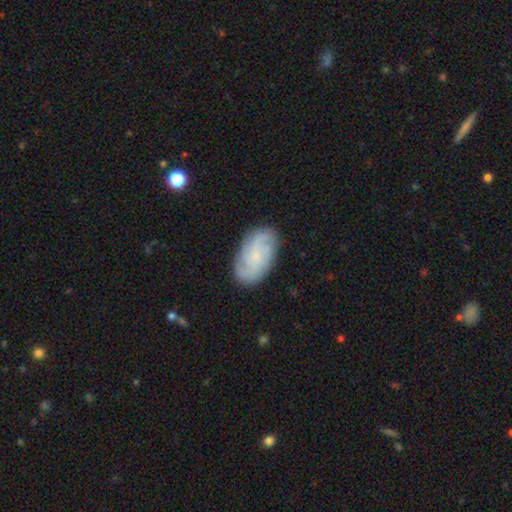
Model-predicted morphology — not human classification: This appears to be a featured or disk galaxy (72%) with no bar (67%), 3 (32%) tight (41%, tied with medium) spiral arms (95%) and a small central bulge (71%). Merging: none (80%).